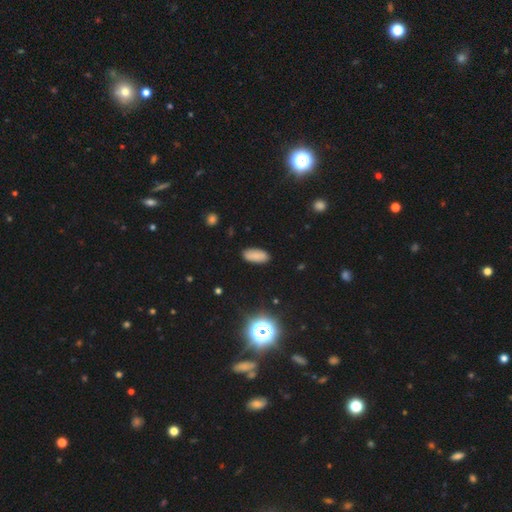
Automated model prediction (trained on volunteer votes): Morphology: type=smooth (85%); roundness=in between (88%); merging=none (88%).